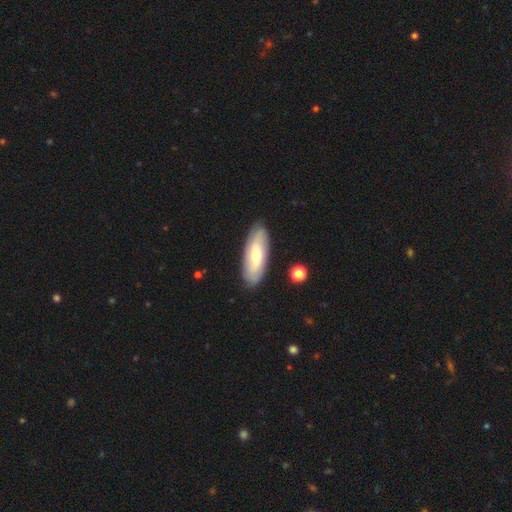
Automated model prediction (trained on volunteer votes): Q: Smooth or featured?
A: smooth (50%); runner-up: featured or disk (44%)
Q: How rounded?
A: in between (67%); runner-up: cigar-shaped (31%)
Q: Merging?
A: none (84%); runner-up: minor disturbance (11%)